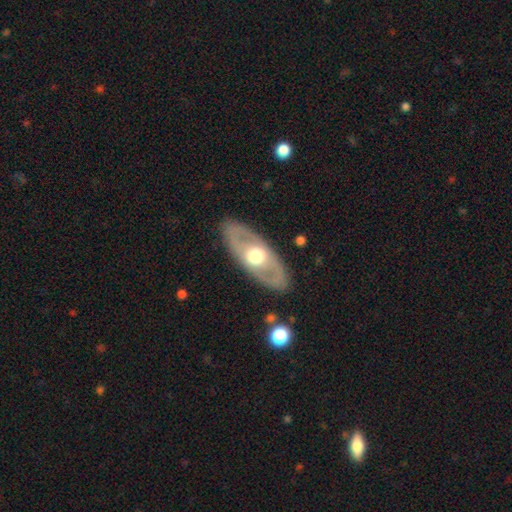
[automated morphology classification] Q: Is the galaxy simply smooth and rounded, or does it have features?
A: featured or disk — 61%.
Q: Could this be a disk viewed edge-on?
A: no — 80%.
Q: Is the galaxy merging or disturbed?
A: none — 85%.